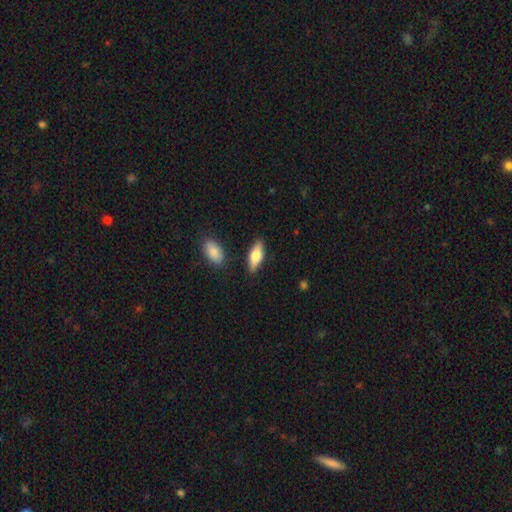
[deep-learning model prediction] Overall: smooth (64%; featured or disk 30%). How rounded: in between (66%; cigar-shaped 31%). Merging: none (85%).